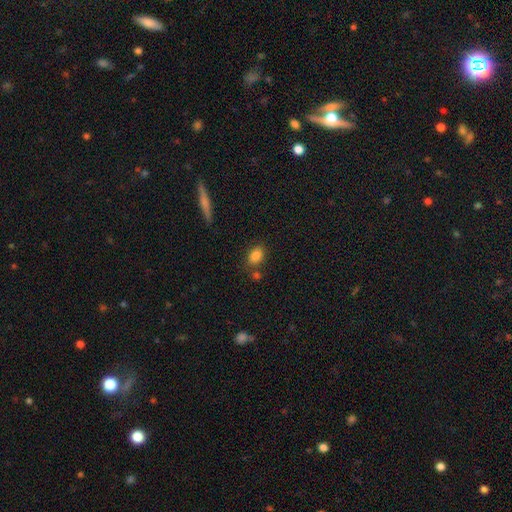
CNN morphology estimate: Q: Smooth or featured?
A: smooth (84%); runner-up: star or artifact (9%)
Q: How rounded?
A: in between (75%); runner-up: round (23%)
Q: Merging?
A: none (72%); runner-up: minor disturbance (13%)